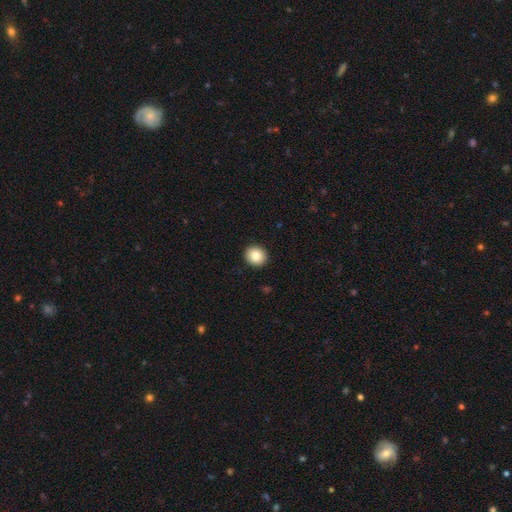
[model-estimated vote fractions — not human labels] This is clearly a smooth galaxy (83%). How rounded: clearly round (85%). Merging: clearly none (92%).